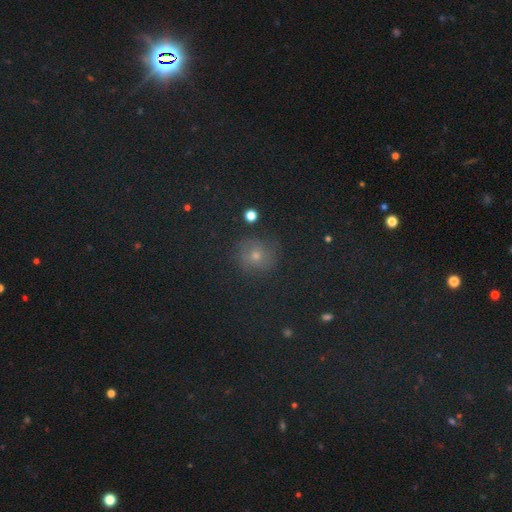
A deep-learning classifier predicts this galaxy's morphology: smooth-or-featured: smooth: 53% | star or artifact: 30% | featured or disk: 17%
  how-rounded: round: 84% | in between: 14% | cigar-shaped: 1%
  merging: none: 76% | minor disturbance: 15% | major disturbance: 6% | merger: 2%